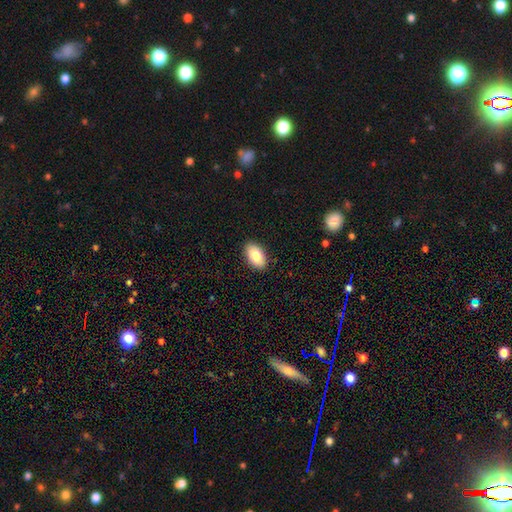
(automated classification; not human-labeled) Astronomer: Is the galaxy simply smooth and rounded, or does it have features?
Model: smooth — 83%.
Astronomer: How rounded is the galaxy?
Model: in between — 93%.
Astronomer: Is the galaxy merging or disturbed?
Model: none — 89%.